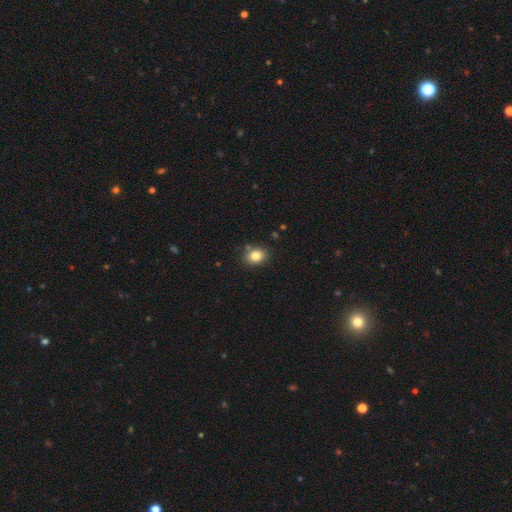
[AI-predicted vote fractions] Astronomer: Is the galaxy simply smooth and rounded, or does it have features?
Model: smooth — 83%.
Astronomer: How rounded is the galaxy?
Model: in between — 51% (runner-up: round, 48%).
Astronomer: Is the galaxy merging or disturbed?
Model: none — 82%.